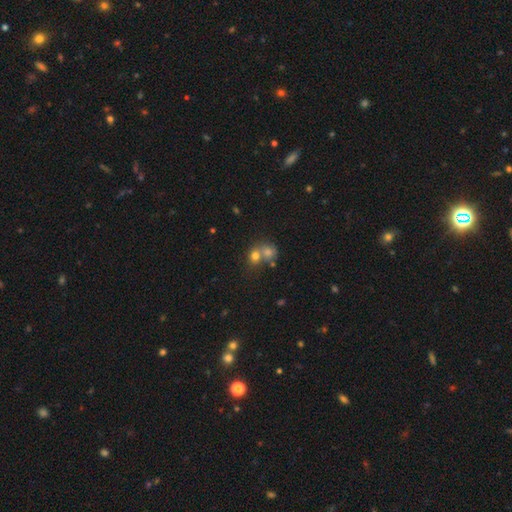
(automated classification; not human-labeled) Smooth or featured: smooth — 73% (star or artifact — 14%)
How rounded: round — 71% (in between — 28%)
Merging: merger — 60% (none — 31%)